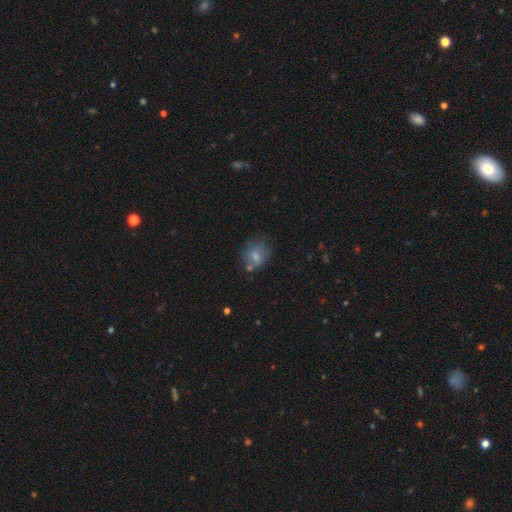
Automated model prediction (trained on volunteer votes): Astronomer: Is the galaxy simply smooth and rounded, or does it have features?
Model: smooth — 67%.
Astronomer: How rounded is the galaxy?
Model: in between — 54% (runner-up: round, 45%).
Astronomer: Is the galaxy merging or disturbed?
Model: none — 50% (runner-up: minor disturbance, 26%).